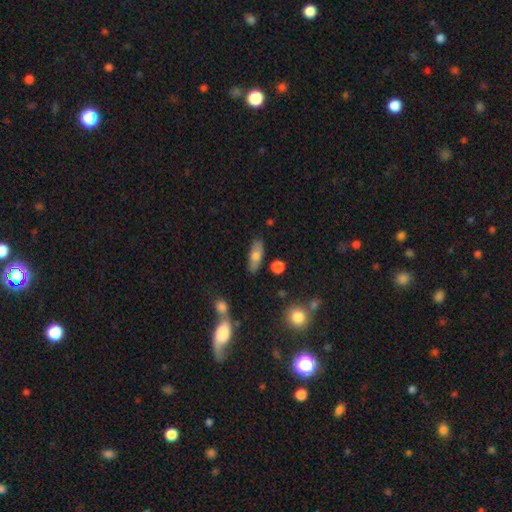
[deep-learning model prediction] smooth-or-featured: smooth: 71% | featured or disk: 22% | star or artifact: 7%
  how-rounded: in between: 70% | cigar-shaped: 26% | round: 4%
  merging: none: 80% | minor disturbance: 13% | merger: 4% | major disturbance: 3%